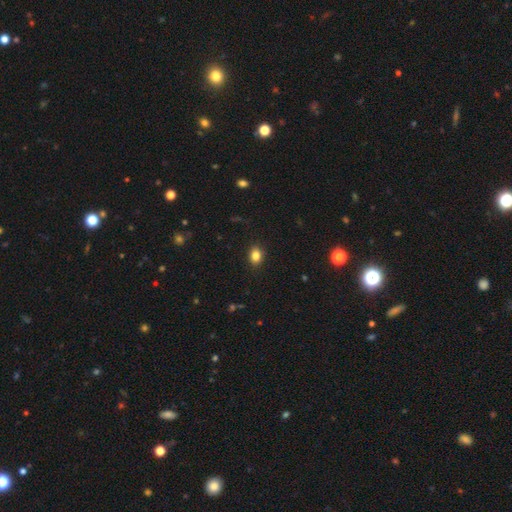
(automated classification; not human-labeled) Smooth or featured: smooth — 83% (star or artifact — 11%)
How rounded: in between — 64% (round — 35%)
Merging: none — 88% (minor disturbance — 9%)